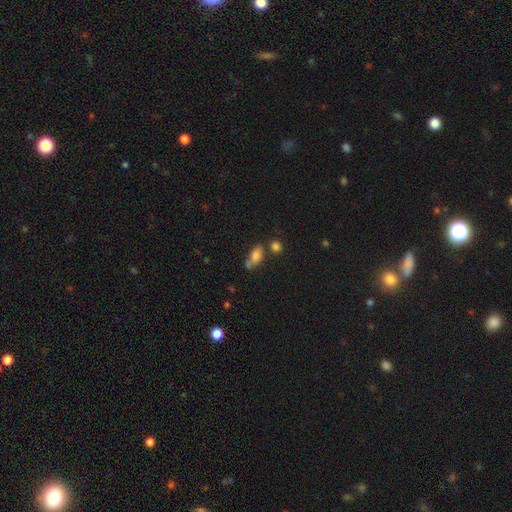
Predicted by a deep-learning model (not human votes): A smooth galaxy with no disk features (77%) that is in between round and cigar-shaped (78%).

Vote fractions:
- Smooth or featured? smooth: 77% / featured or disk: 13% / star or artifact: 10%
- How rounded? in between: 78% / cigar-shaped: 15% / round: 7%
- Merging? none: 42% / minor disturbance: 24% / merger: 23% / major disturbance: 12%